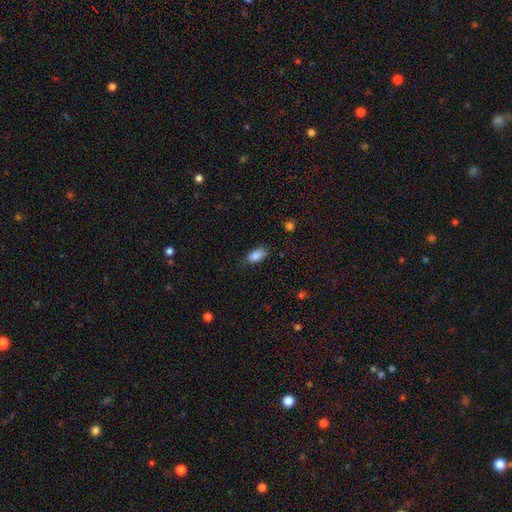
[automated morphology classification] Smooth or featured? smooth (86%)
How rounded? in between (90%)
Merging? none (76%)